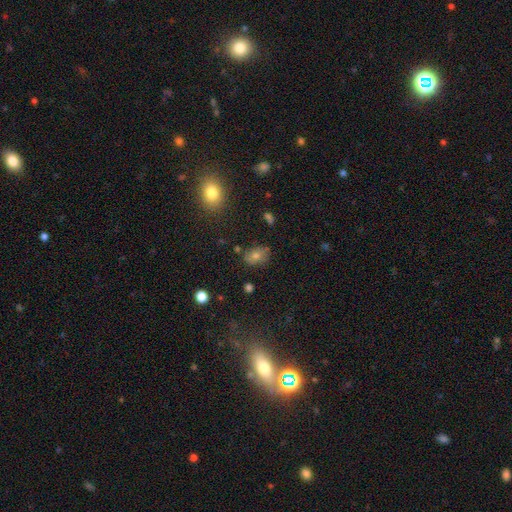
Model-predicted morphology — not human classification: Smooth or featured? smooth (63%)
How rounded? in between (76%)
Merging? none (76%)